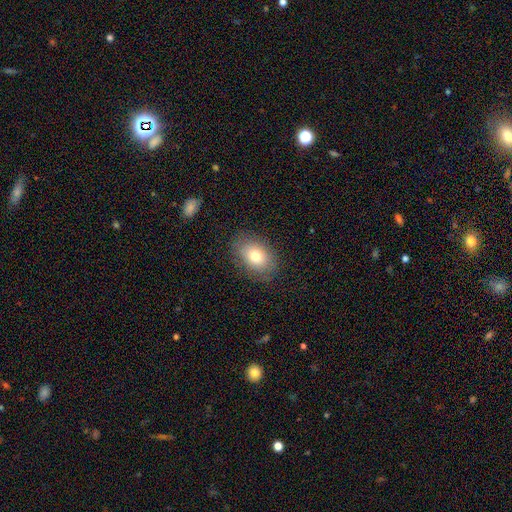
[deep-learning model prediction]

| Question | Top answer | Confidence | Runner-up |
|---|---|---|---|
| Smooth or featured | smooth | 75% | featured or disk (16%) |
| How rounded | in between | 77% | round (22%) |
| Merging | none | 83% | minor disturbance (12%) |